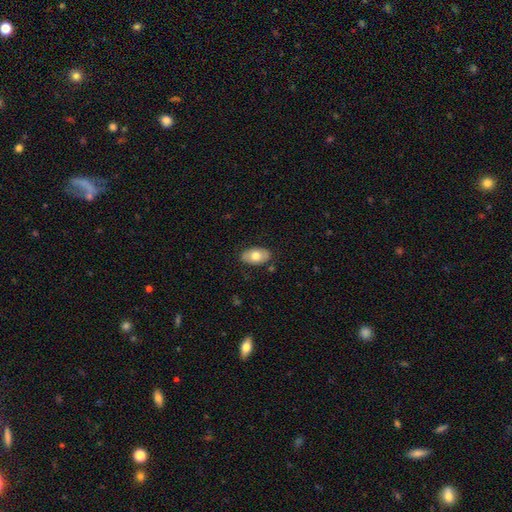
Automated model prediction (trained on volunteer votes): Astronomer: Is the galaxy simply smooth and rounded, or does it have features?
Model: smooth — 67%.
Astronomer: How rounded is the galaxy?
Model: in between — 92%.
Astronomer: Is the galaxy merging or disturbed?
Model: none — 84%.